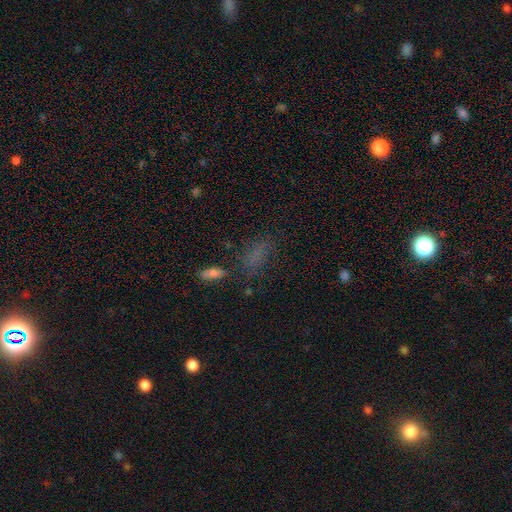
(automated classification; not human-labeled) Smooth or featured? smooth (67%)
How rounded? in between (70%)
Merging? none (62%)